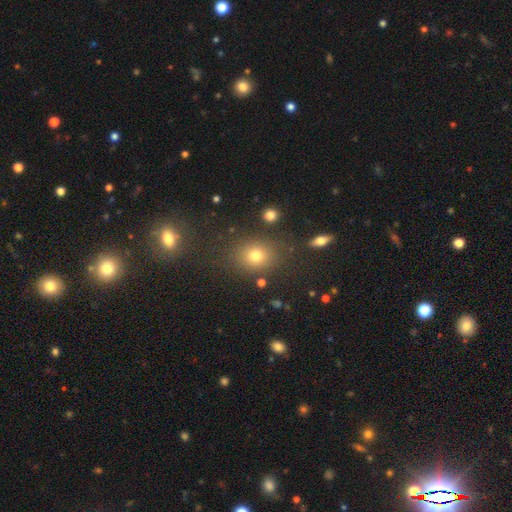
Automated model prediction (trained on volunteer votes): Smooth or featured?
  - smooth: 73% *
  - star or artifact: 18%
  - featured or disk: 9%
How rounded?
  - round: 60% *
  - in between: 38%
  - cigar-shaped: 1%
Merging?
  - none: 81% *
  - minor disturbance: 10%
  - merger: 5%
  - major disturbance: 4%